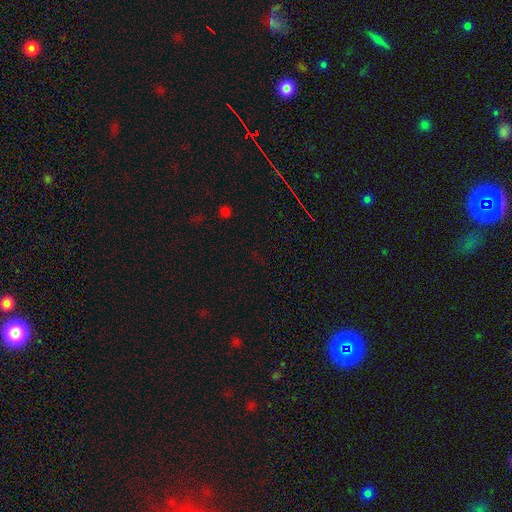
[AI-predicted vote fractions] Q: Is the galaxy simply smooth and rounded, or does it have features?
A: star or artifact — 72%.